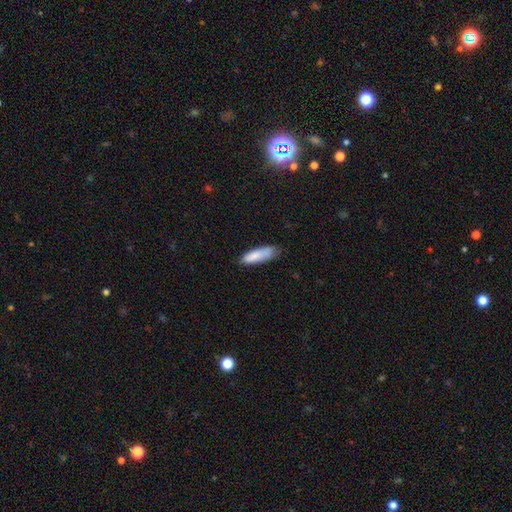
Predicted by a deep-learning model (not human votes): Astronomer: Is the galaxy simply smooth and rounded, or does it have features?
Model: smooth — 84%.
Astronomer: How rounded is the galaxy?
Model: in between — 50% (runner-up: cigar-shaped, 48%).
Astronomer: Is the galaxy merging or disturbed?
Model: none — 62%.